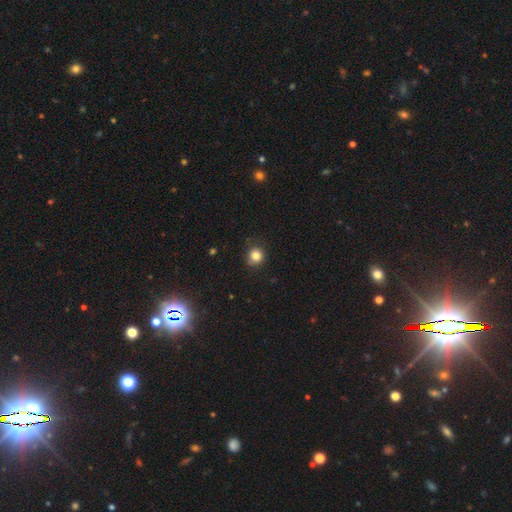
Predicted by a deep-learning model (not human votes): Overall: smooth (83%). How rounded: round (90%). Merging: none (86%).